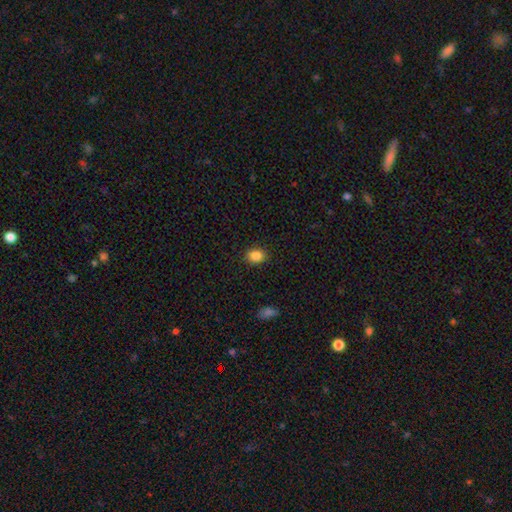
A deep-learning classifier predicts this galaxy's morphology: This is clearly a smooth galaxy (86%). How rounded: possibly in between (51%). Merging: clearly none (88%).